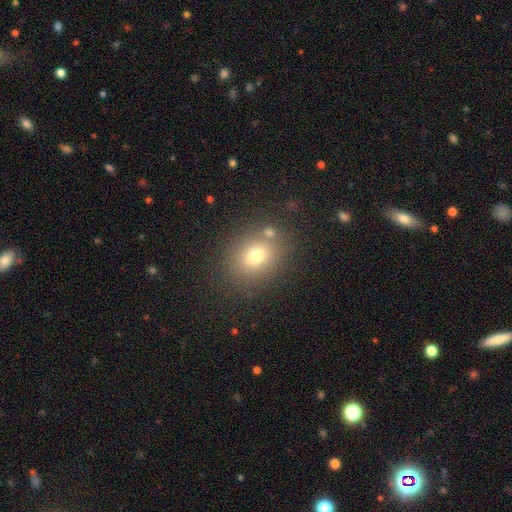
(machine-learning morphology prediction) Q: Smooth or featured?
A: smooth (73%); runner-up: star or artifact (16%)
Q: How rounded?
A: round (51%); runner-up: in between (47%)
Q: Merging?
A: none (80%); runner-up: minor disturbance (9%)